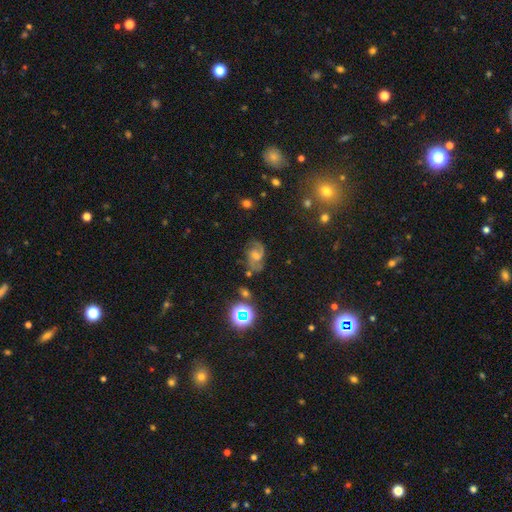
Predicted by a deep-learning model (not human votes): smooth-or-featured: featured or disk: 65% | star or artifact: 19% | smooth: 15%
  disk-edge-on: no: 97% | yes: 3%
    bar: no: 49% | weak: 42% | strong: 9%
    has-spiral-arms: yes: 92% | no: 8%
      spiral-winding: medium: 52% | tight: 29% | loose: 19%
      spiral-arm-count: 2: 77% | can't tell: 11% | 3: 5% | 1: 4% | 4: 2% | more than 4: 2%
    bulge-size: moderate: 50% | small: 32% | none: 8% | large: 8% | dominant: 2%
  merging: none: 70% | minor disturbance: 18% | major disturbance: 8% | merger: 3%